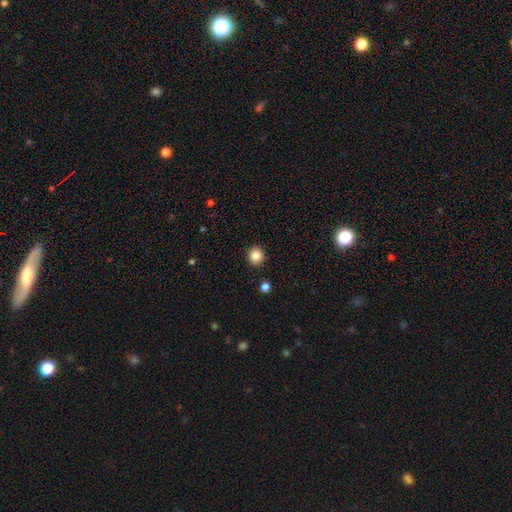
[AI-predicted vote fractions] A smooth galaxy with no disk features (86%) that is round (87%). Merging: none (91%).